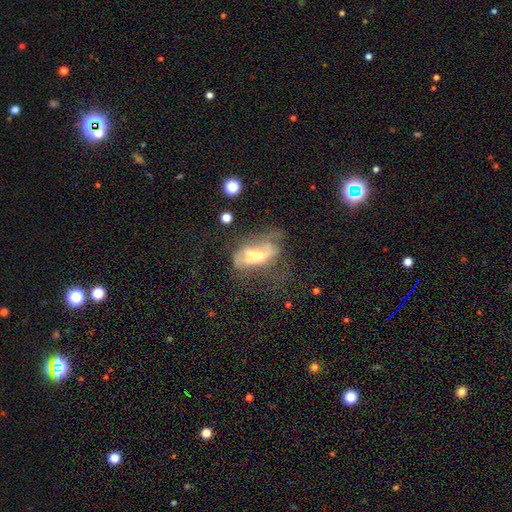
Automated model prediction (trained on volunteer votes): Smooth or featured?
  - featured or disk: 57% *
  - smooth: 33%
  - star or artifact: 10%
Edge-on disk?
  - no: 89% *
  - yes: 11%
Bar?
  - no: 54% *
  - weak: 29%
  - strong: 17%
Spiral arms?
  - no: 61% *
  - yes: 39%
Bulge size?
  - moderate: 49% *
  - small: 27%
  - large: 14%
  - none: 7%
  - dominant: 2%
Merging?
  - major disturbance: 42% *
  - none: 23%
  - minor disturbance: 19%
  - merger: 16%